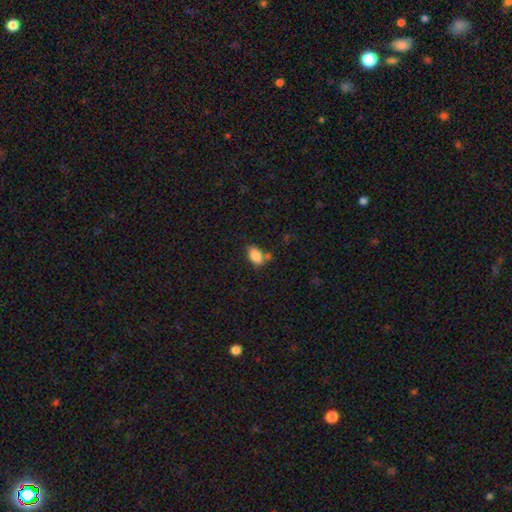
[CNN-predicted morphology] The model was most divided on "merging": none: 61%, minor disturbance: 19%, merger: 15%, major disturbance: 5%. More confident: how rounded — in between (90%); smooth or featured — smooth (86%).